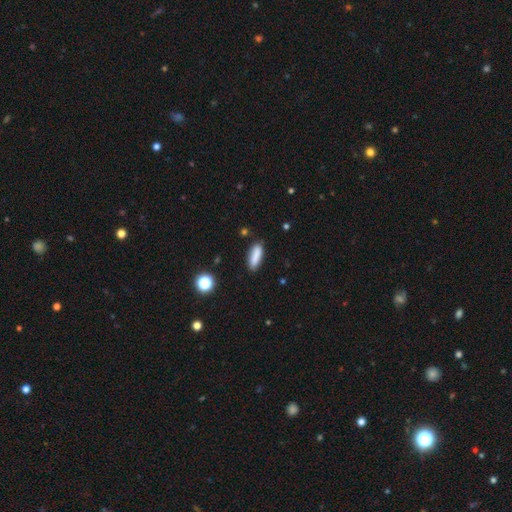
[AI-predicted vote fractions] This appears to be a smooth galaxy with no disk features (84%) that is in between round and cigar-shaped (50%). Merging: none (81%).